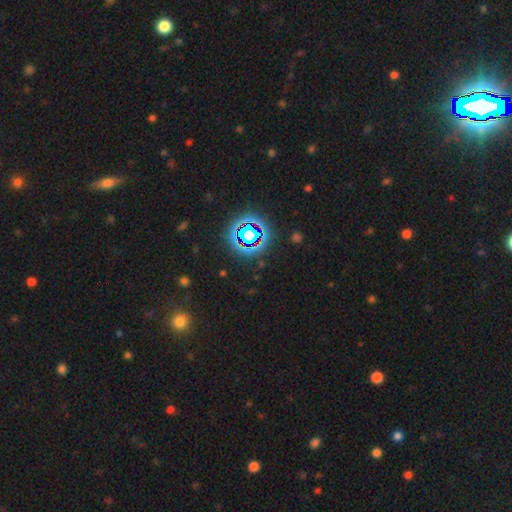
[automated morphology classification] smooth_or_featured: star or artifact (p=0.75) [alt: smooth p=0.15]